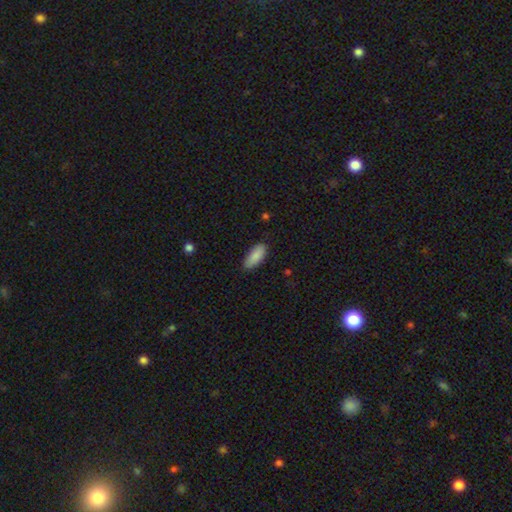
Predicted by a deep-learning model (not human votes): Morphology: type=smooth (87%); roundness=in between (84%); merging=none (83%).